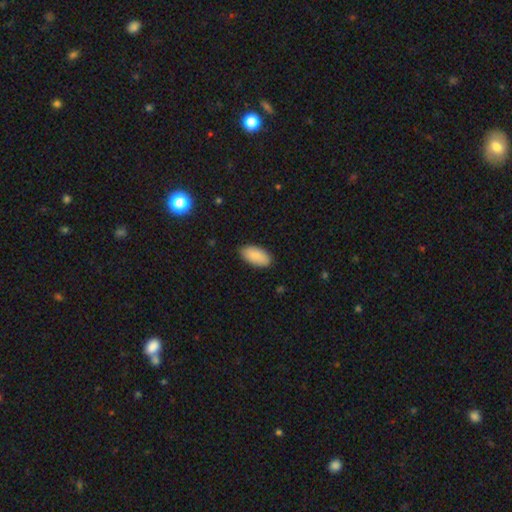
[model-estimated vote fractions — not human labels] A smooth galaxy with no disk features (88%) that is in between round and cigar-shaped (95%).

Vote fractions:
- Smooth or featured? smooth: 88% / star or artifact: 6% / featured or disk: 6%
- How rounded? in between: 95% / cigar-shaped: 3% / round: 2%
- Merging? none: 86% / minor disturbance: 11% / major disturbance: 2% / merger: 1%